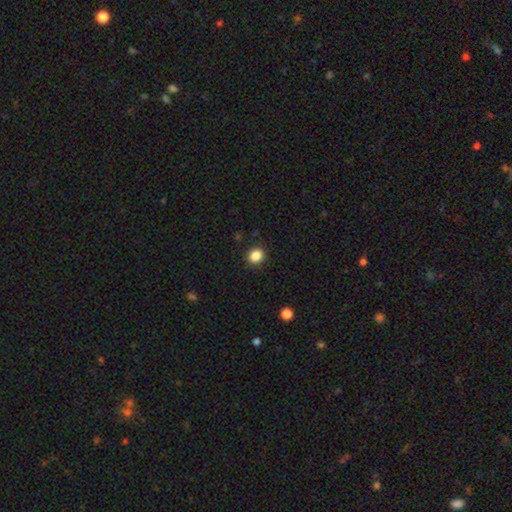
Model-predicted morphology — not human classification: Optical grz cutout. It shows a smooth galaxy with no disk features (87%) that is round (82%). Merging: none (90%).